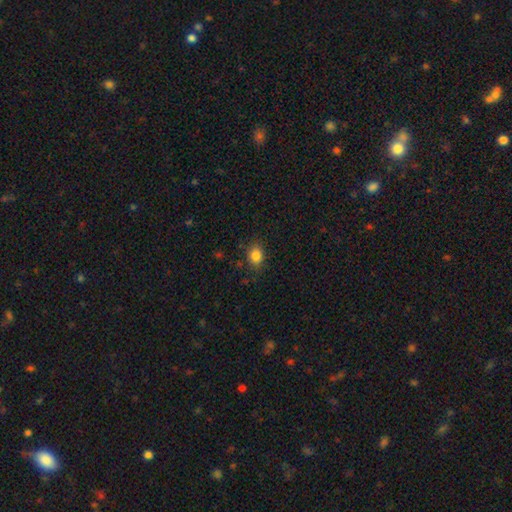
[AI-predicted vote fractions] Morphology: type=smooth (83%); roundness=in between (52%); merging=none (83%).